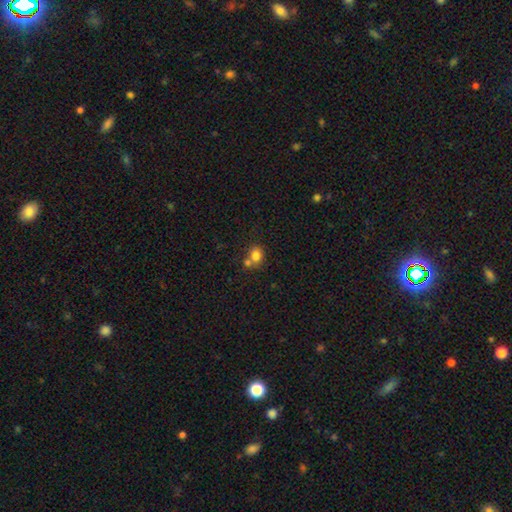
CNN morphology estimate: Smooth or featured?
  - smooth: 78% *
  - star or artifact: 11%
  - featured or disk: 11%
How rounded?
  - round: 60% *
  - in between: 39%
  - cigar-shaped: 1%
Merging?
  - merger: 43% * (tied)
  - none: 43% * (tied)
  - minor disturbance: 10%
  - major disturbance: 4%